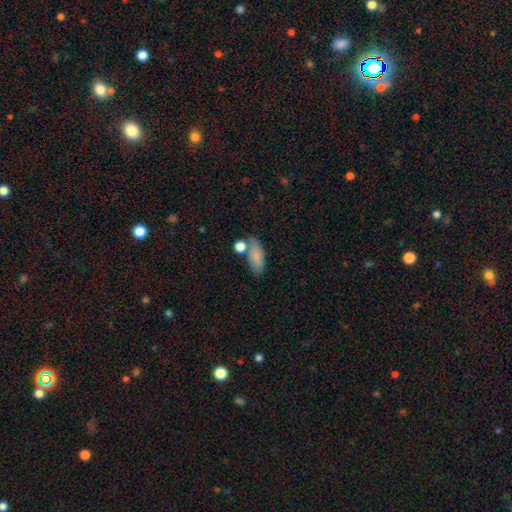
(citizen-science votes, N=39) Overall: smooth (79%). How rounded: in between (81%). Merging: none (49%; minor disturbance 27%).